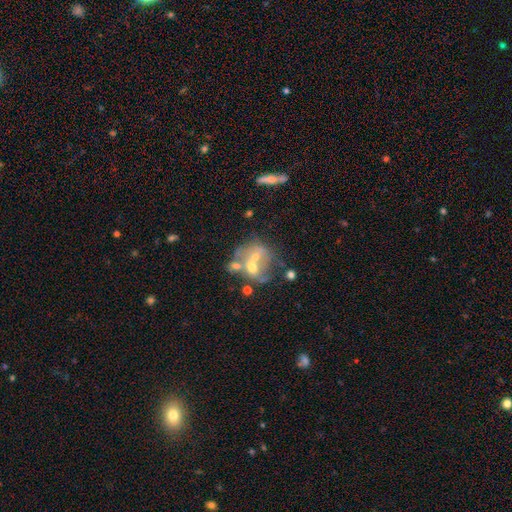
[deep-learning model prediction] Smooth or featured?
  - featured or disk: 51% *
  - smooth: 36%
  - star or artifact: 13%
Edge-on disk?
  - no: 96% *
  - yes: 4%
Merging?
  - merger: 58% *
  - none: 21%
  - major disturbance: 11%
  - minor disturbance: 10%